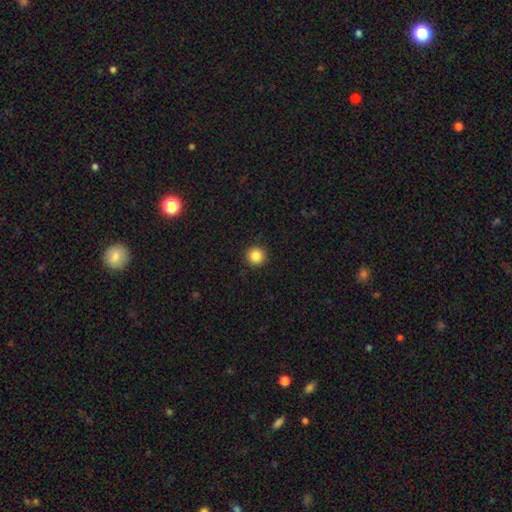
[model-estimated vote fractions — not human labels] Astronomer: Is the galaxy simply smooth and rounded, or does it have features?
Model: smooth — 86%.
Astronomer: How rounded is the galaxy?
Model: round — 96%.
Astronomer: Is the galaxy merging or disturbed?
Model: none — 93%.